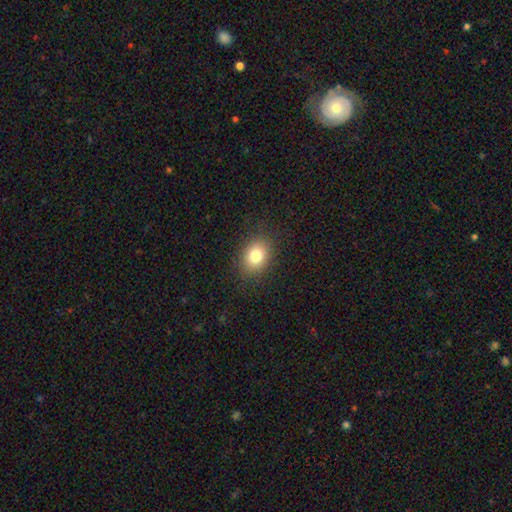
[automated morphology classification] smooth_or_featured: smooth (p=0.80) [alt: star or artifact p=0.11]
how_rounded: in between (p=0.59) [alt: round p=0.40]
merging: none (p=0.87) [alt: minor disturbance p=0.09]